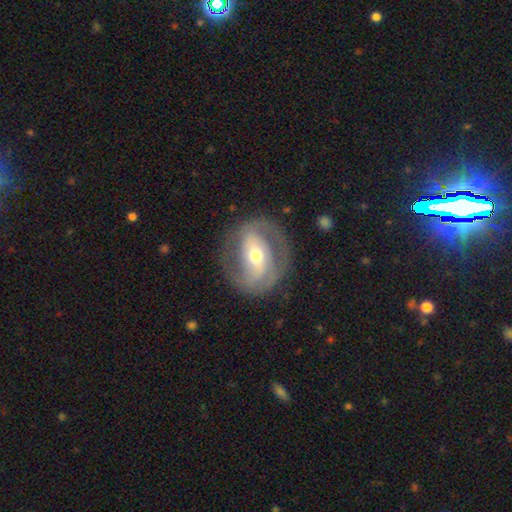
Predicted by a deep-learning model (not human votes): smooth_or_featured: featured or disk (p=0.73) [alt: smooth p=0.21]
disk_edge_on: no (p=0.94) [alt: yes p=0.06]
bar: strong (p=0.43) [alt: weak p=0.32]
has_spiral_arms: yes (p=0.70) [alt: no p=0.30]
bulge_size: moderate (p=0.59) [alt: small p=0.33]
merging: none (p=0.77) [alt: minor disturbance p=0.13]